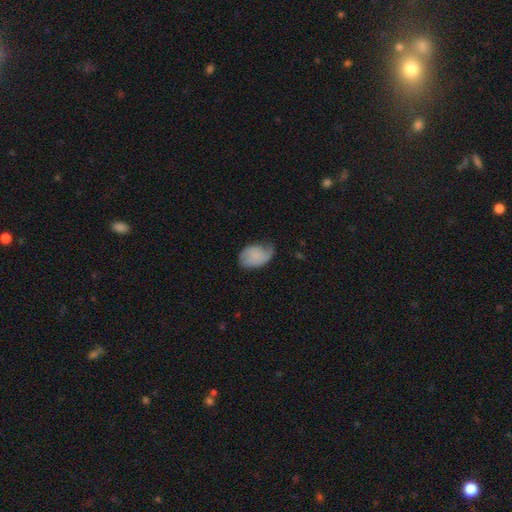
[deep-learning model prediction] Smooth or featured? smooth (66%)
How rounded? in between (86%)
Merging? minor disturbance (42%)